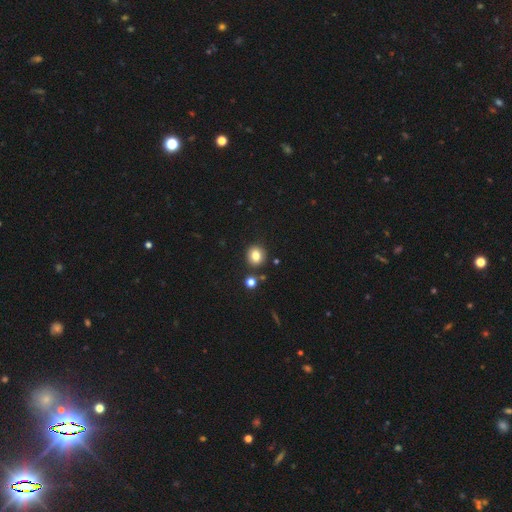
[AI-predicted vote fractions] A smooth galaxy with no disk features (82%) that is round (79%).

Vote fractions:
- Smooth or featured? smooth: 82% / star or artifact: 11% / featured or disk: 7%
- How rounded? round: 79% / in between: 20% / cigar-shaped: 1%
- Merging? none: 85% / minor disturbance: 7% / merger: 6% / major disturbance: 2%